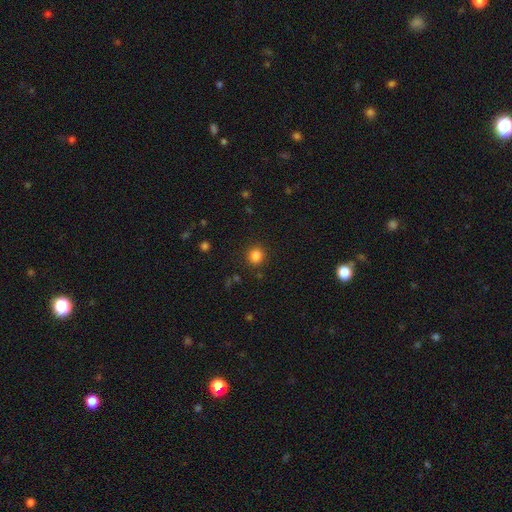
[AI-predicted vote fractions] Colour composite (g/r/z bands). It shows a smooth galaxy with no disk features (83%) that is round (84%). Merging: none (88%).